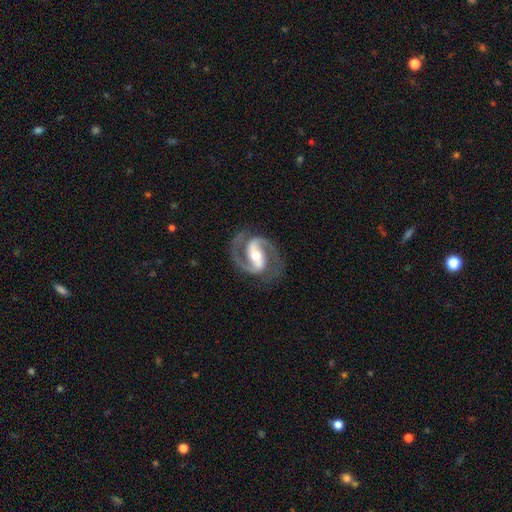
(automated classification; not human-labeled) The model was most divided on "bar": strong: 56%, weak: 30%, no: 14%. More confident: spiral arms — yes (98%); edge-on disk — no (98%); spiral arm count — 2 (94%); smooth or featured — featured or disk (93%); merging — none (81%); bulge size — moderate (68%); spiral winding — medium (63%).